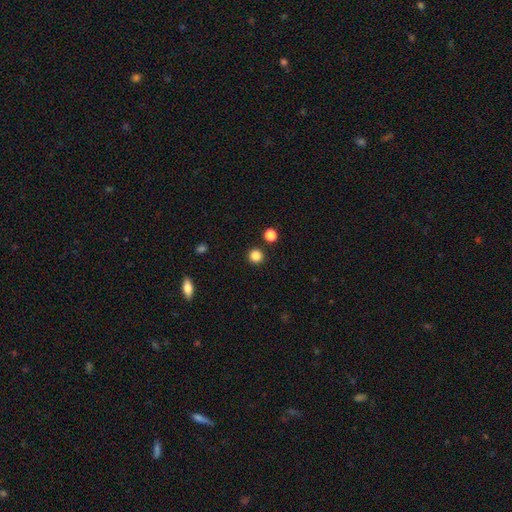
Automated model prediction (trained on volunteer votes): smooth-or-featured: smooth: 85% | star or artifact: 12% | featured or disk: 3%
  how-rounded: round: 95% | in between: 4% | cigar-shaped: 1%
  merging: none: 91% | minor disturbance: 5% | merger: 3% | major disturbance: 2%